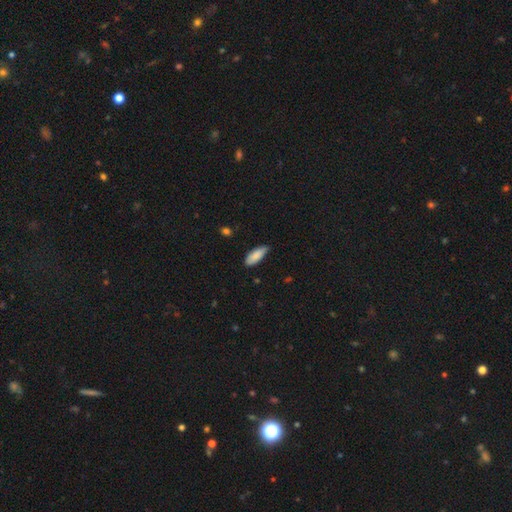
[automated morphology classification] The model was most divided on "merging": none: 66%, minor disturbance: 29%, major disturbance: 3%, merger: 1%. More confident: smooth or featured — smooth (86%); how rounded — in between (77%).